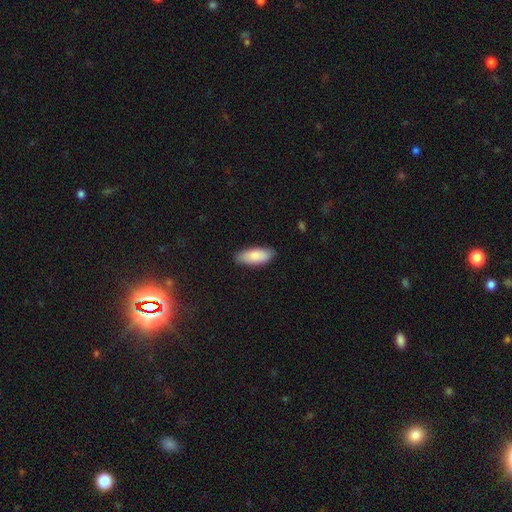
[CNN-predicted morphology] Smooth or featured?
  - smooth: 87% *
  - featured or disk: 8%
  - star or artifact: 5%
How rounded?
  - in between: 78% *
  - cigar-shaped: 20%
  - round: 2%
Merging?
  - none: 85% *
  - minor disturbance: 12%
  - major disturbance: 2%
  - merger: 1%